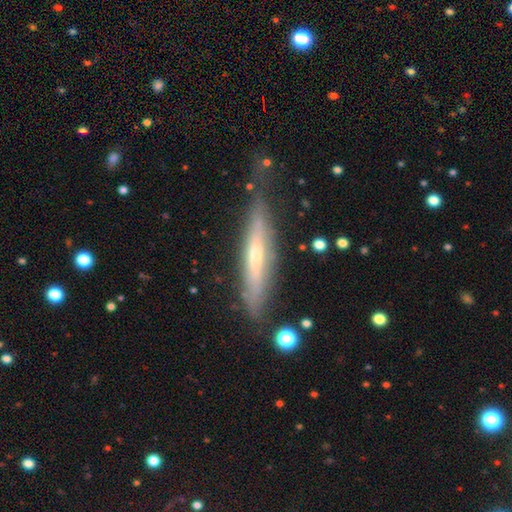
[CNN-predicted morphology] This is likely a featured or disk galaxy (62%). It is clearly viewed edge-on (85%). Edge-on bulge: possibly rounded (49%). Merging: likely none (73%).